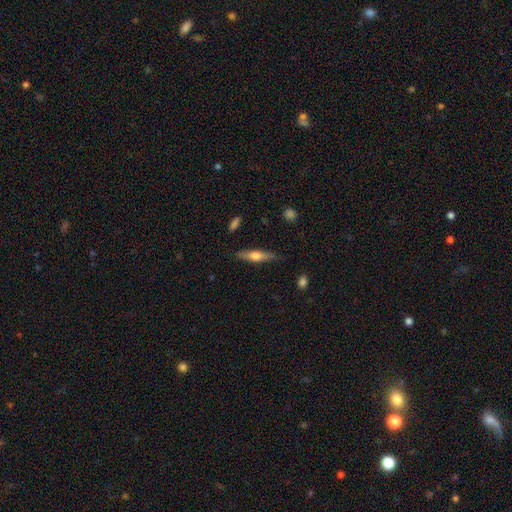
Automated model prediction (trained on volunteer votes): This appears to be a featured or disk galaxy (51%) viewed edge-on (93%). Merging: none (81%).